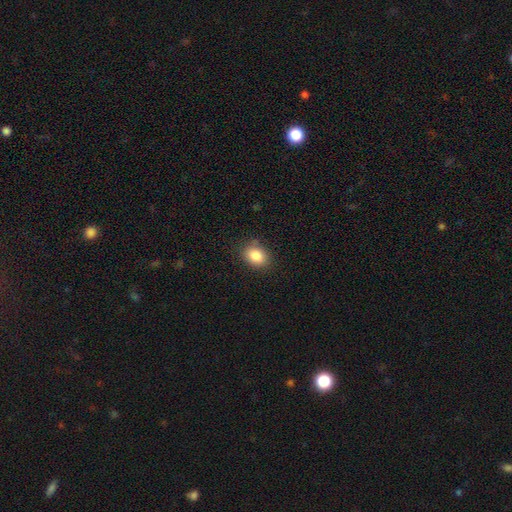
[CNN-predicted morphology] Q: Smooth or featured?
A: smooth (86%); runner-up: star or artifact (9%)
Q: How rounded?
A: in between (63%); runner-up: round (36%)
Q: Merging?
A: none (84%); runner-up: minor disturbance (12%)